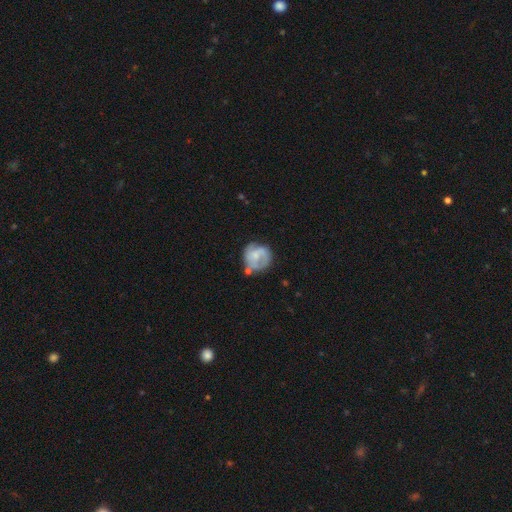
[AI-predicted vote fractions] This appears to be a smooth galaxy with no disk features (48%). Merging: none (50%).